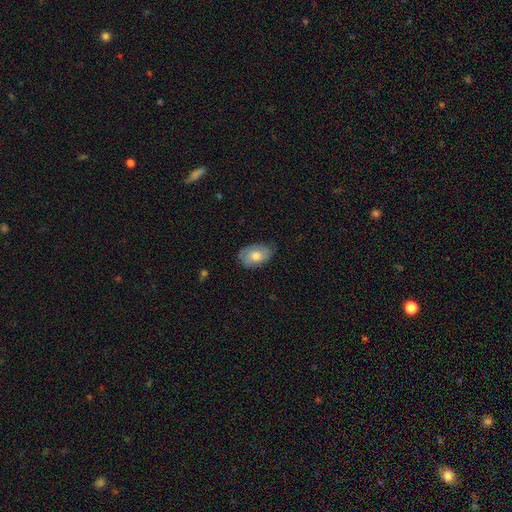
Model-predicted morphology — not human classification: type=smooth (65%); roundness=in between (89%); merging=none (73%).